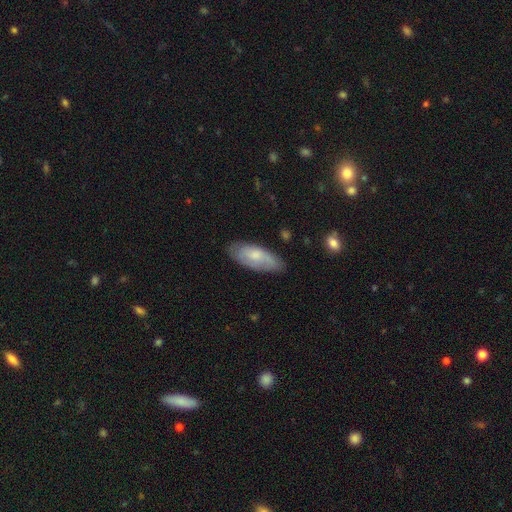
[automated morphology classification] Smooth or featured? smooth (62%)
How rounded? in between (83%)
Merging? none (72%)